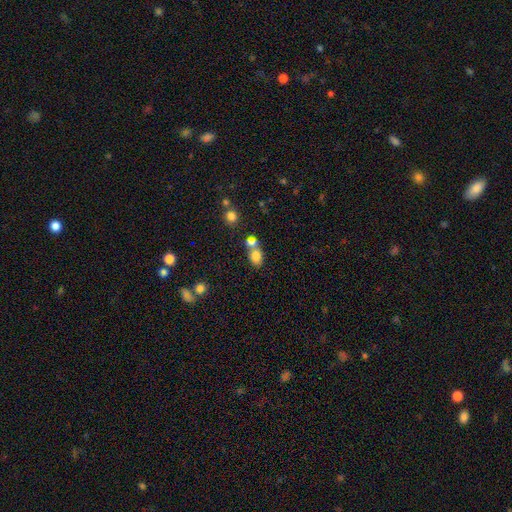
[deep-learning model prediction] smooth 80%, star or artifact 11%, featured or disk 9%. Down the decision tree: how rounded — in between (60%); merging — merger (44%).